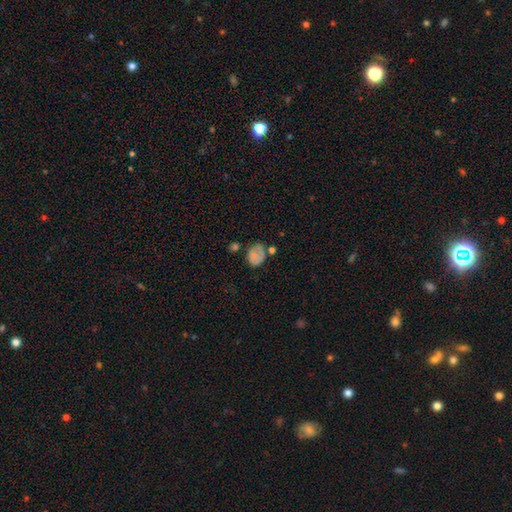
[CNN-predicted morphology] This is likely a smooth galaxy (67%). How rounded: possibly in between (50%). Merging: possibly none (49%).